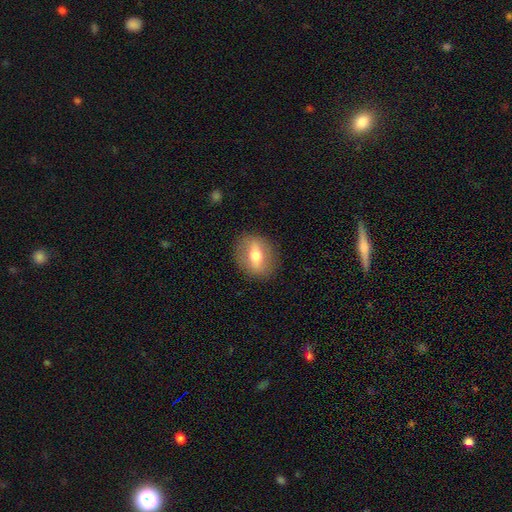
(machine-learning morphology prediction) Overall: featured or disk (47%; smooth 46%). Merging: none (85%).